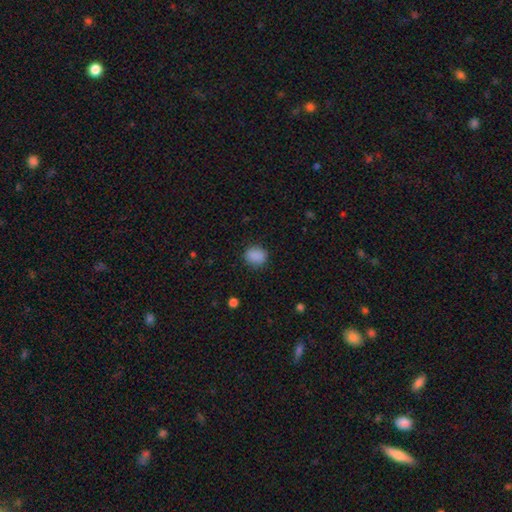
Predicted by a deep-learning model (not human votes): A smooth galaxy with no disk features (88%) that is round (62%). Merging: none (86%).